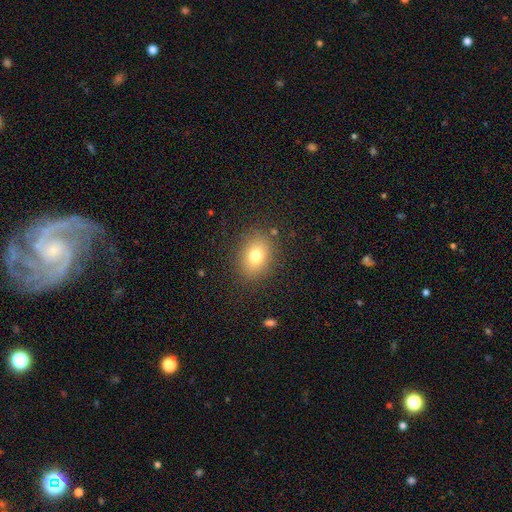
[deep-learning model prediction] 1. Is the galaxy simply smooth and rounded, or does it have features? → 76% smooth, 12% star or artifact, 12% featured or disk.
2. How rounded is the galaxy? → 59% in between, 40% round, 1% cigar-shaped.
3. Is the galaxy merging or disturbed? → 85% none, 9% minor disturbance, 4% major disturbance, 1% merger.